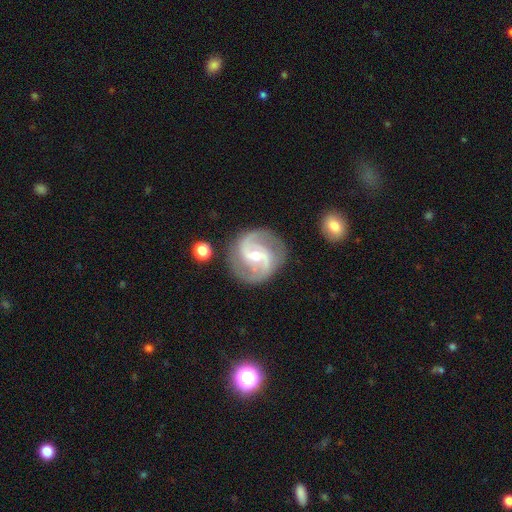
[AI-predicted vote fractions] This appears to be a featured or disk galaxy (90%) with a weak bar (45%), 2 (90%) medium (57%) spiral arms (98%) and a small central bulge (51%). Merging: none (83%).